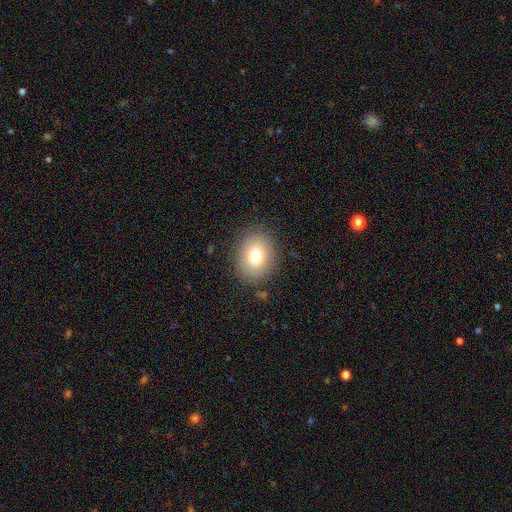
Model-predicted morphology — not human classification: Overall: smooth (76%). How rounded: in between (51%; round 49%). Merging: none (85%).